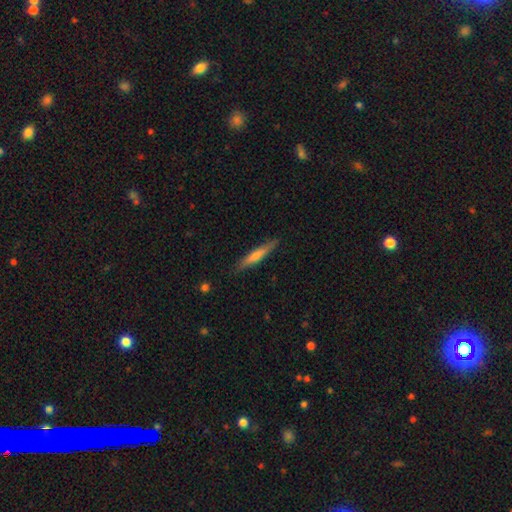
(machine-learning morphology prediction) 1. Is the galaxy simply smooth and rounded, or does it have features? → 53% smooth, 41% featured or disk, 6% star or artifact.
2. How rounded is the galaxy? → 93% cigar-shaped, 6% in between, 1% round.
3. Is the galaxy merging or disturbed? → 88% none, 9% minor disturbance, 2% major disturbance, 1% merger.